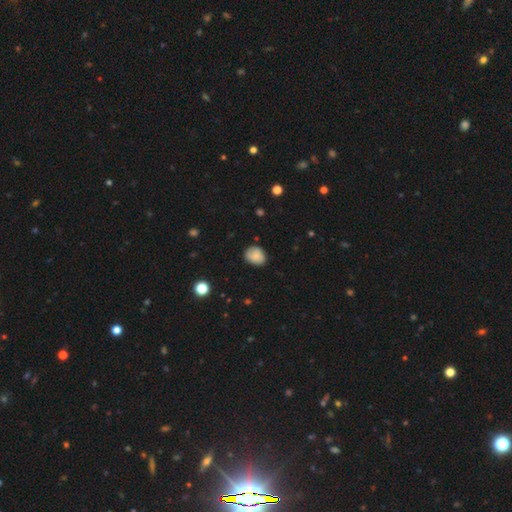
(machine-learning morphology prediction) Smooth or featured? smooth (77%)
How rounded? round (54%)
Merging? none (73%)